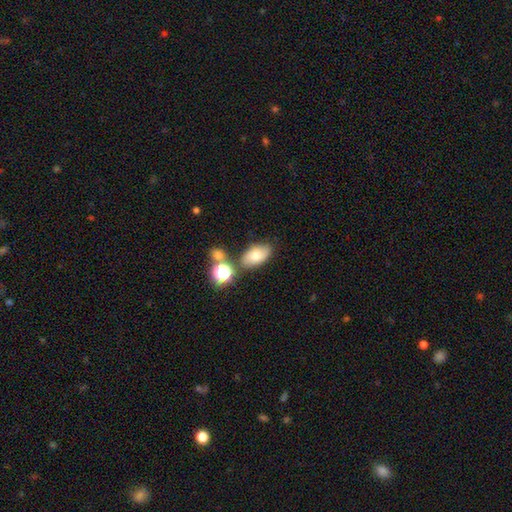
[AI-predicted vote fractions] smooth-or-featured: smooth: 72% | featured or disk: 16% | star or artifact: 12%
  how-rounded: in between: 88% | round: 10% | cigar-shaped: 2%
  merging: none: 71% | minor disturbance: 14% | merger: 11% | major disturbance: 4%